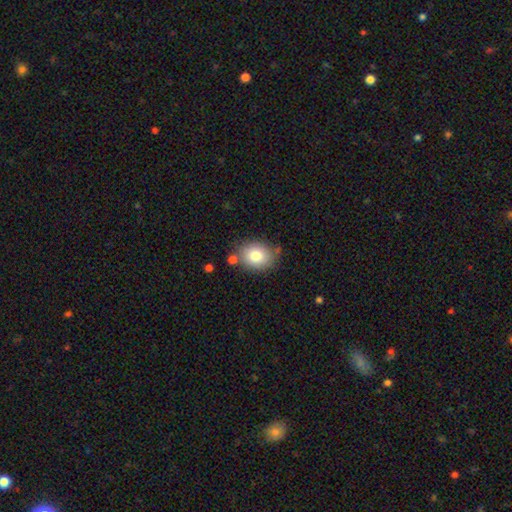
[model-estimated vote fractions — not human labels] Smooth or featured?
  - smooth: 81% *
  - featured or disk: 10%
  - star or artifact: 9%
How rounded?
  - in between: 51% *
  - round: 48%
  - cigar-shaped: 1%
Merging?
  - none: 77% *
  - minor disturbance: 14%
  - merger: 6%
  - major disturbance: 3%